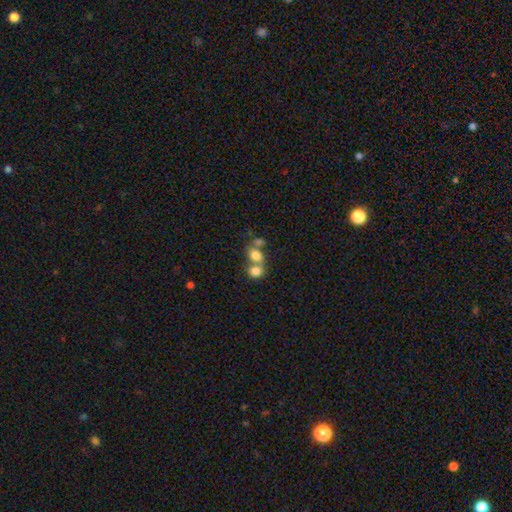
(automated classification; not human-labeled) Smooth or featured?
  - smooth: 76% *
  - featured or disk: 13%
  - star or artifact: 11%
How rounded?
  - in between: 51% *
  - round: 48%
  - cigar-shaped: 1%
Merging?
  - merger: 58% *
  - none: 30%
  - minor disturbance: 7%
  - major disturbance: 4%